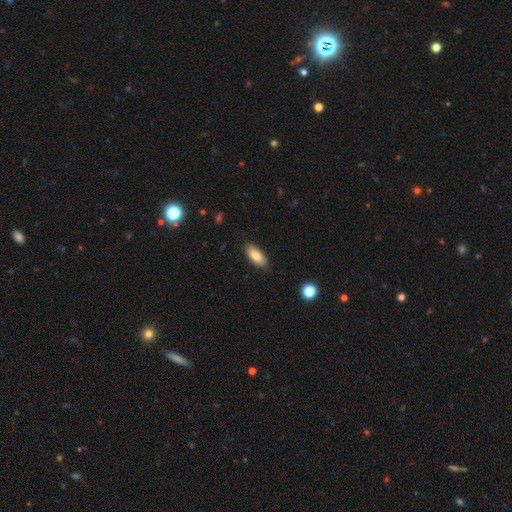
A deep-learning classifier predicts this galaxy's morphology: Smooth or featured: smooth — 83% (featured or disk — 10%)
How rounded: in between — 82% (cigar-shaped — 16%)
Merging: none — 87% (minor disturbance — 10%)